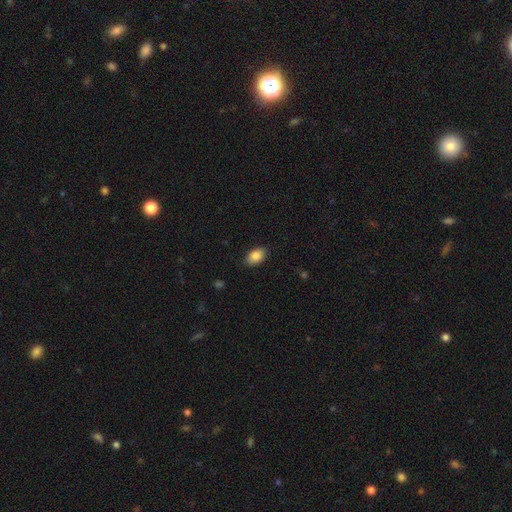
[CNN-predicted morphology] This is clearly a smooth galaxy (87%). How rounded: clearly in between (91%). Merging: clearly none (86%).